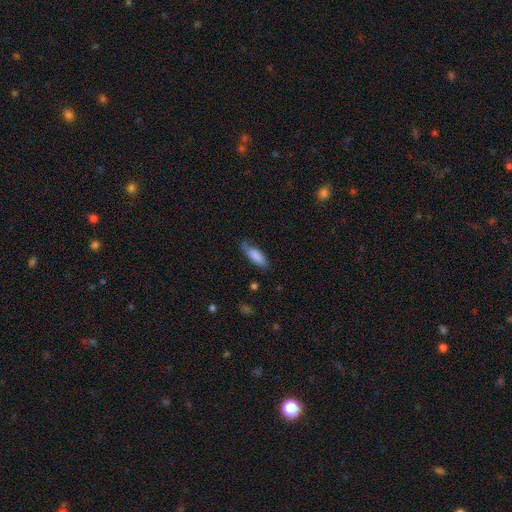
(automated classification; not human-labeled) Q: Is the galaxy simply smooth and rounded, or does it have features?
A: smooth — 83%.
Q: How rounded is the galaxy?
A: in between — 63%.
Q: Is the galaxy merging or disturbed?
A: none — 61%.